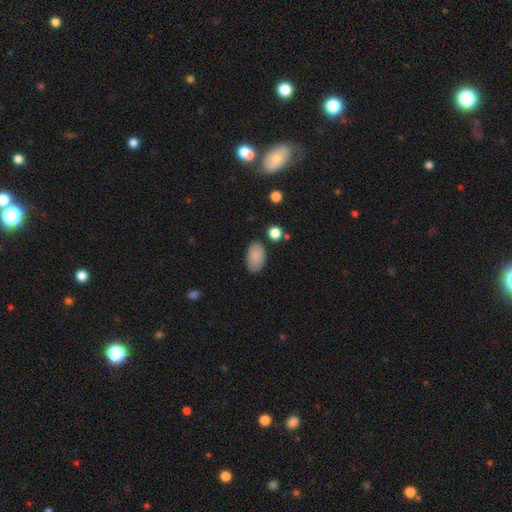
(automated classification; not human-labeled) Smooth or featured: smooth — 87% (star or artifact — 7%)
How rounded: in between — 93% (round — 5%)
Merging: none — 83% (minor disturbance — 12%)